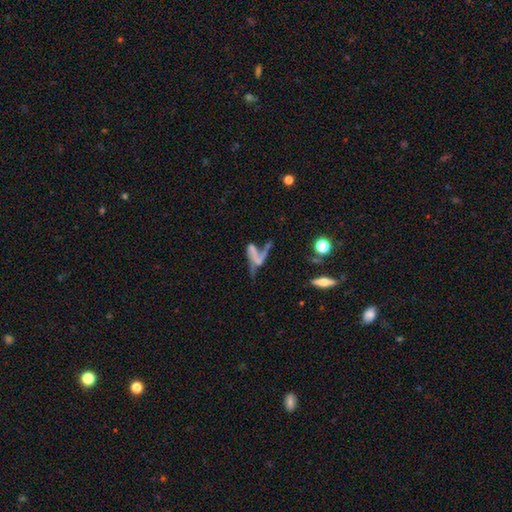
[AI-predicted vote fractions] Overall: featured or disk (50%; smooth 34%). Edge-on disk: no (82%). Merging: merger (35%; major disturbance 33%).